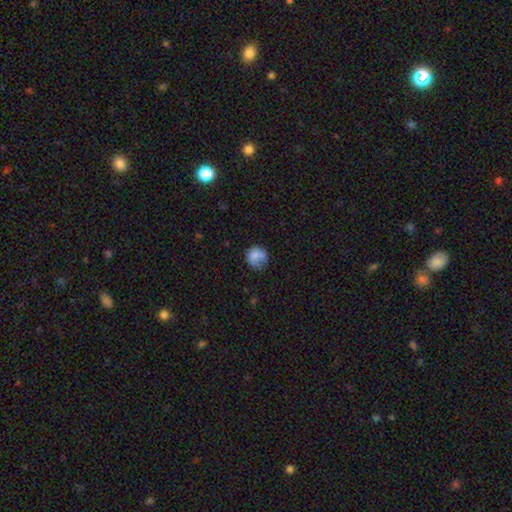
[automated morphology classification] smooth 78%, featured or disk 13%, star or artifact 9%. Down the decision tree: how rounded — round (82%); merging — none (57%).